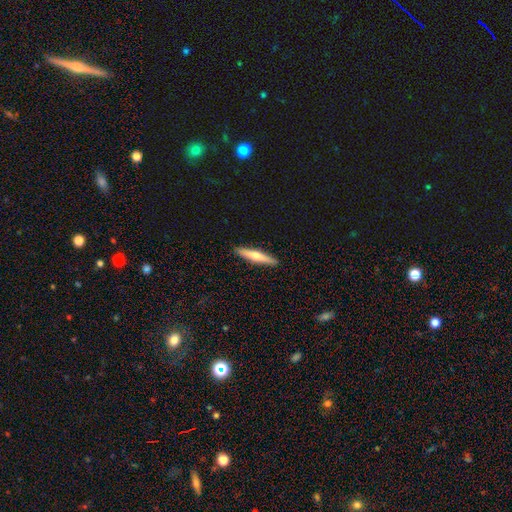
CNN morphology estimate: Smooth or featured?
  - smooth: 48% *
  - featured or disk: 47%
  - star or artifact: 5%
Merging?
  - none: 91% *
  - minor disturbance: 6%
  - major disturbance: 1%
  - merger: 1%